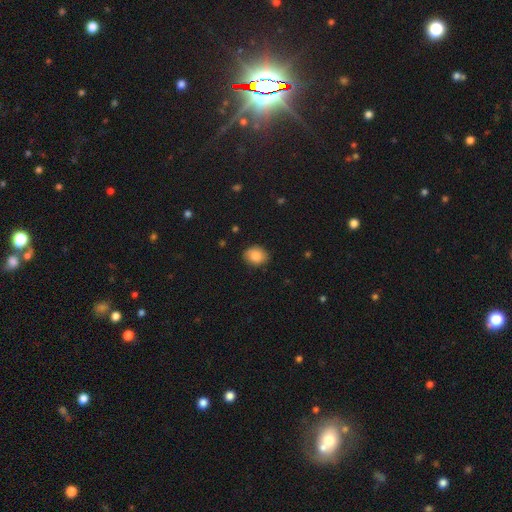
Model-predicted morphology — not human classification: The model was most divided on "how rounded": round: 53%, in between: 46%, cigar-shaped: 1%. More confident: smooth or featured — smooth (85%); merging — none (83%).